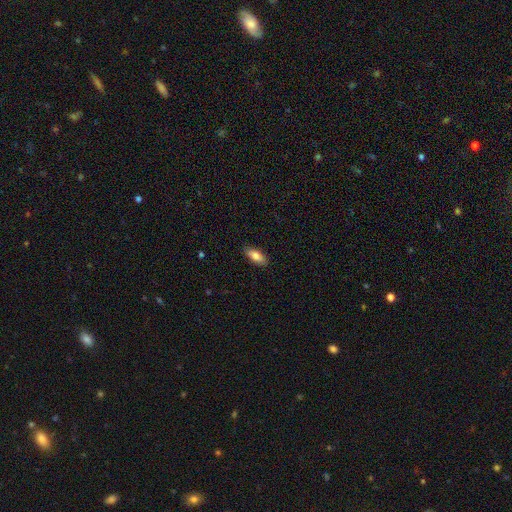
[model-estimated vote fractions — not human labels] This appears to be a smooth galaxy with no disk features (79%) that is in between round and cigar-shaped (76%). Merging: none (88%).